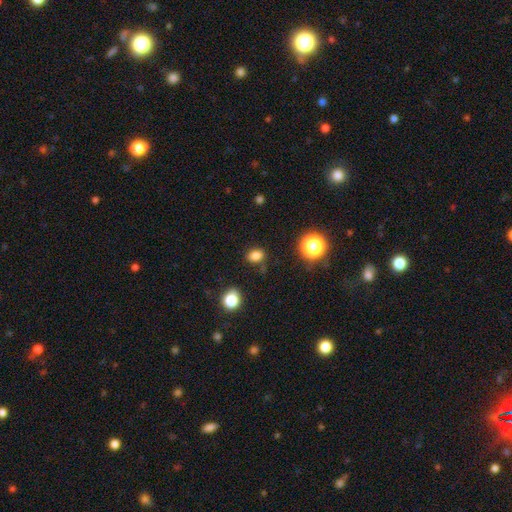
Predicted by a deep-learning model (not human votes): A smooth galaxy with no disk features (81%) that is in between round and cigar-shaped (61%).

Vote fractions:
- Smooth or featured? smooth: 81% / star or artifact: 14% / featured or disk: 5%
- How rounded? in between: 61% / round: 38% / cigar-shaped: 1%
- Merging? none: 81% / minor disturbance: 12% / major disturbance: 4% / merger: 3%